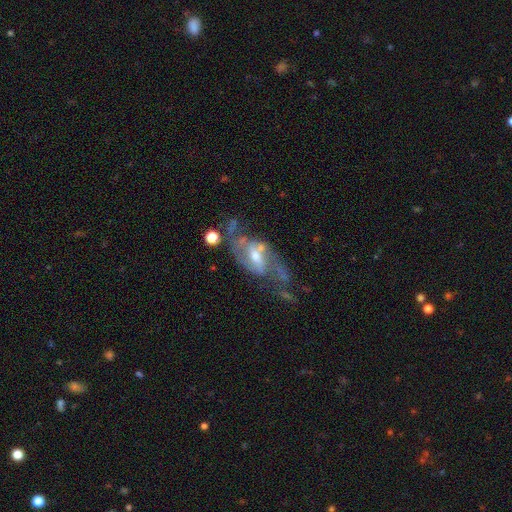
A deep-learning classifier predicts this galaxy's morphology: A featured or disk galaxy (86%) with a weak bar (49%), 2 (86%) medium (45%) spiral arms (93%) and a moderate central bulge (56%). Merging: none (51%).